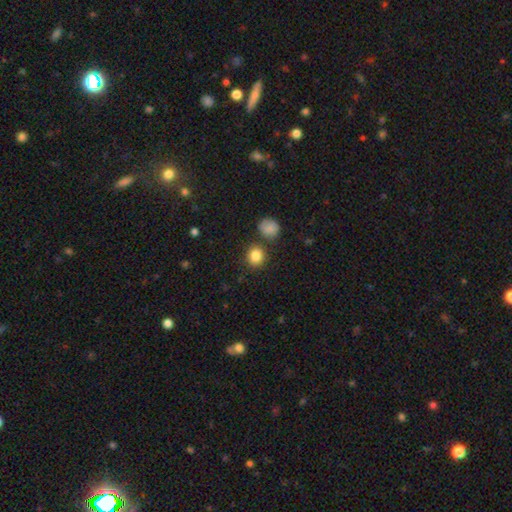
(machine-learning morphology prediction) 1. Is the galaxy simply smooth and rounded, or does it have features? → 85% smooth, 10% star or artifact, 5% featured or disk.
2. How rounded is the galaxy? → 83% round, 16% in between, 1% cigar-shaped.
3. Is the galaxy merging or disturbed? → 81% none, 8% minor disturbance, 8% merger, 3% major disturbance.